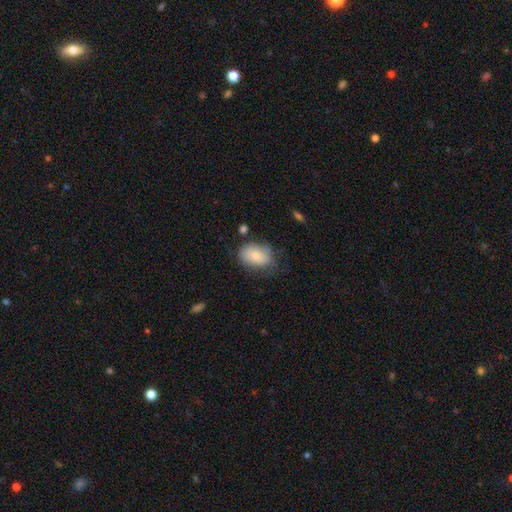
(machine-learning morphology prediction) smooth_or_featured: smooth (p=0.79) [alt: featured or disk p=0.14]
how_rounded: in between (p=0.79) [alt: round p=0.20]
merging: none (p=0.58) [alt: minor disturbance p=0.29]